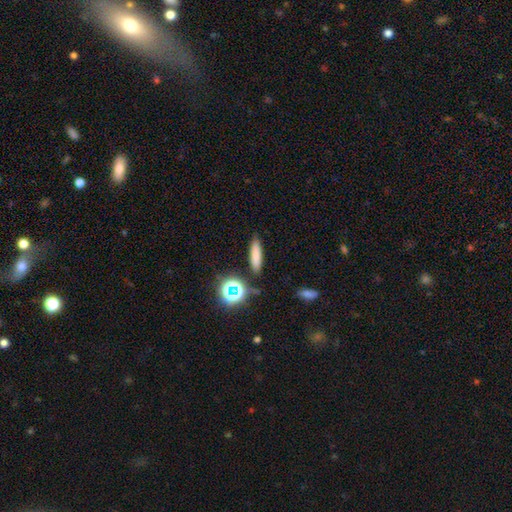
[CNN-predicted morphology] A smooth galaxy with no disk features (75%) that is cigar-shaped (72%).

Vote fractions:
- Smooth or featured? smooth: 75% / star or artifact: 15% / featured or disk: 10%
- How rounded? cigar-shaped: 72% / in between: 23% / round: 5%
- Merging? none: 86% / minor disturbance: 8% / merger: 3% / major disturbance: 3%